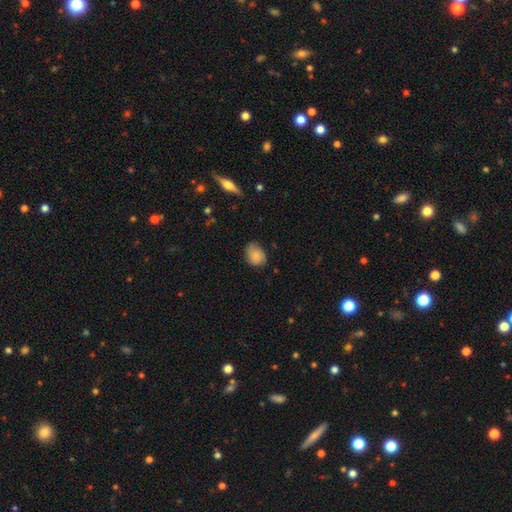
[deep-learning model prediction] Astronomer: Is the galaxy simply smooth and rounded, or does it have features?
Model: smooth — 76%.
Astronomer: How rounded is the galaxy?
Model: in between — 55% (runner-up: round, 44%).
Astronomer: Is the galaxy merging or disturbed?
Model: none — 63%.